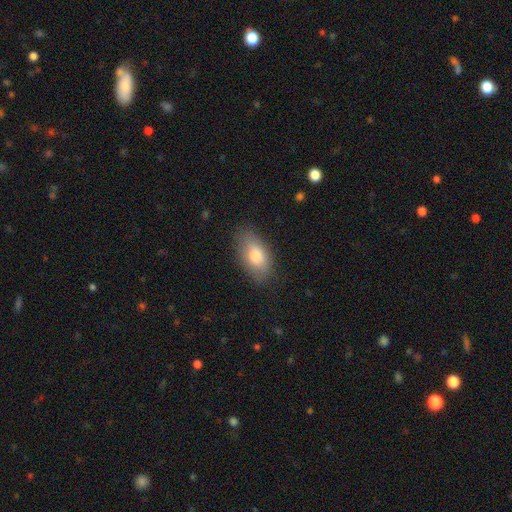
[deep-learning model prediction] Smooth or featured: smooth — 79% (featured or disk — 14%)
How rounded: in between — 91% (round — 5%)
Merging: none — 80% (minor disturbance — 15%)